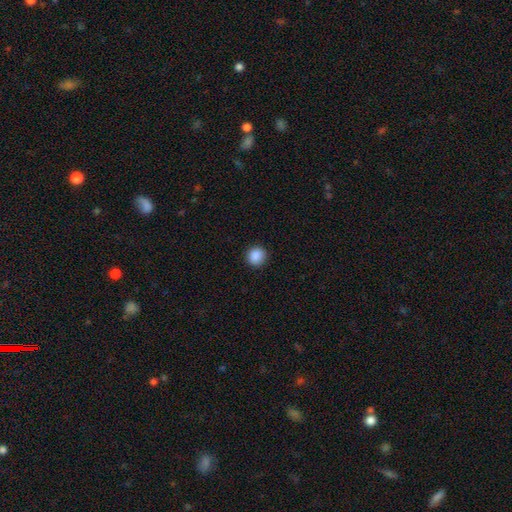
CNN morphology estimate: Smooth or featured?
  - smooth: 89% *
  - star or artifact: 9%
  - featured or disk: 3%
How rounded?
  - round: 91% *
  - in between: 8%
  - cigar-shaped: 1%
Merging?
  - none: 91% *
  - minor disturbance: 6%
  - major disturbance: 2%
  - merger: 1%